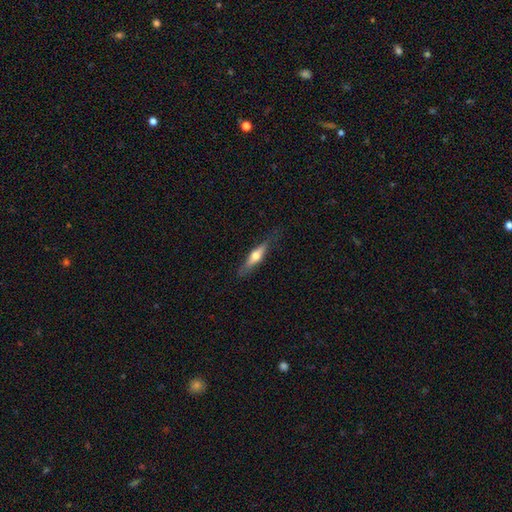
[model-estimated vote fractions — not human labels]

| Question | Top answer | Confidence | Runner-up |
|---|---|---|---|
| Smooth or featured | featured or disk | 50% | smooth (45%) |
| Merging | none | 78% | minor disturbance (17%) |